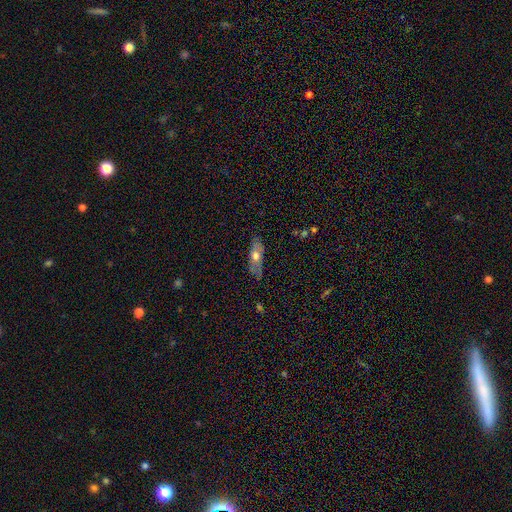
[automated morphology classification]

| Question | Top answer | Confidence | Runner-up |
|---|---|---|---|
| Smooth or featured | smooth | 54% | featured or disk (39%) |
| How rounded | in between | 64% | cigar-shaped (33%) |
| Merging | none | 76% | minor disturbance (19%) |